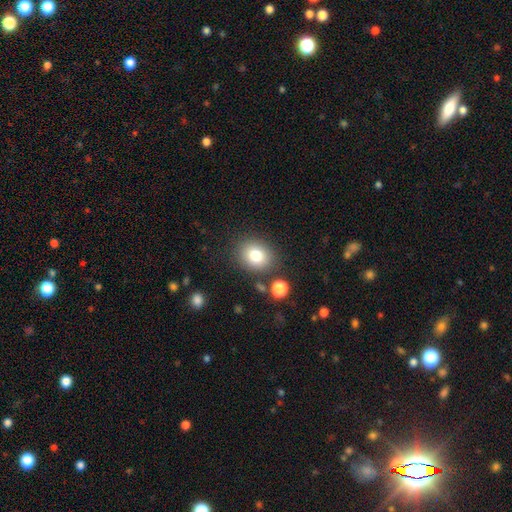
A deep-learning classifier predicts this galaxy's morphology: type=smooth (81%); roundness=round (59%); merging=none (82%).